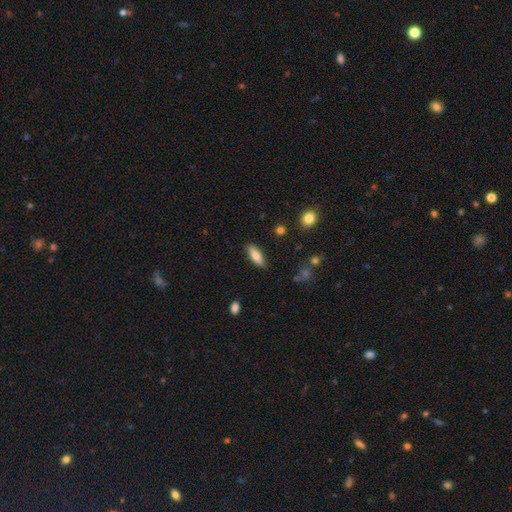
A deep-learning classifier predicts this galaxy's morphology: Q: Smooth or featured?
A: smooth (71%); runner-up: featured or disk (22%)
Q: How rounded?
A: in between (54%); runner-up: cigar-shaped (43%)
Q: Merging?
A: none (85%); runner-up: minor disturbance (11%)